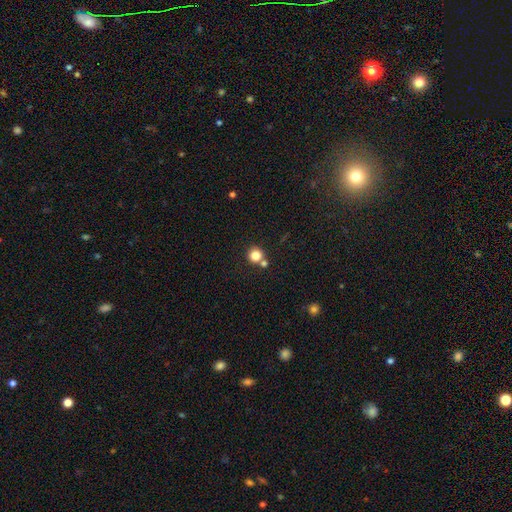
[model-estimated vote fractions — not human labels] A smooth galaxy with no disk features (82%) that is round (92%). Merging: none (69%).